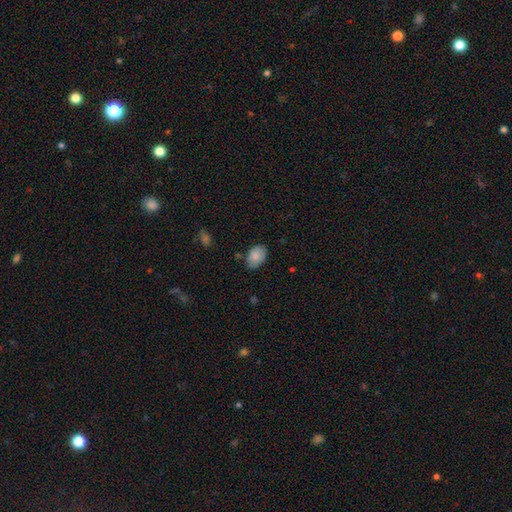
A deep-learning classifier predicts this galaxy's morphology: Q: Smooth or featured?
A: smooth (83%); runner-up: featured or disk (9%)
Q: How rounded?
A: in between (86%); runner-up: round (13%)
Q: Merging?
A: none (71%); runner-up: minor disturbance (22%)